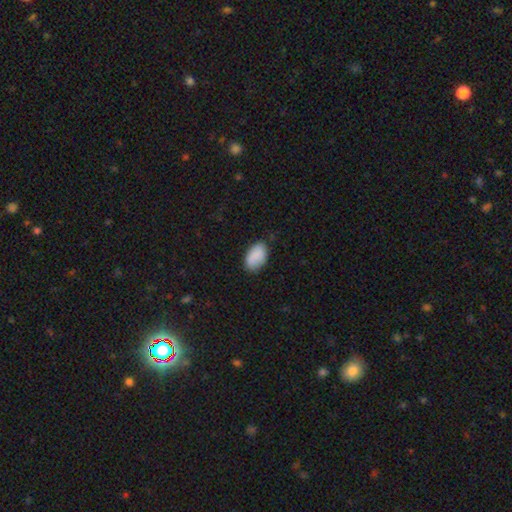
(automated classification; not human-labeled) Q: Smooth or featured?
A: smooth (87%); runner-up: star or artifact (7%)
Q: How rounded?
A: in between (92%); runner-up: round (7%)
Q: Merging?
A: none (76%); runner-up: minor disturbance (19%)